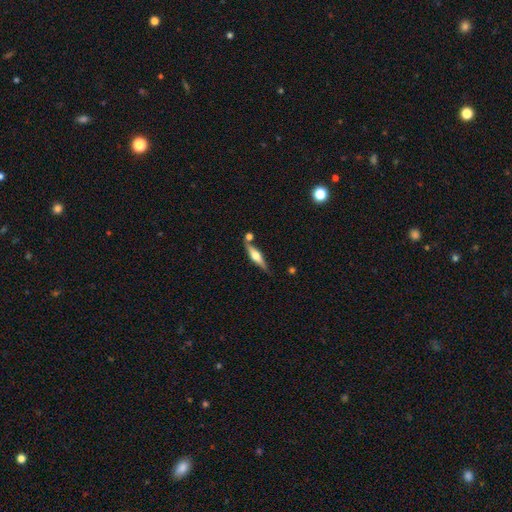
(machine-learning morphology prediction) smooth_or_featured: featured or disk (p=0.64) [alt: smooth p=0.30]
disk_edge_on: yes (p=0.96) [alt: no p=0.04]
edge_on_bulge: rounded (p=0.91) [alt: boxy p=0.07]
merging: none (p=0.76) [alt: minor disturbance p=0.12]